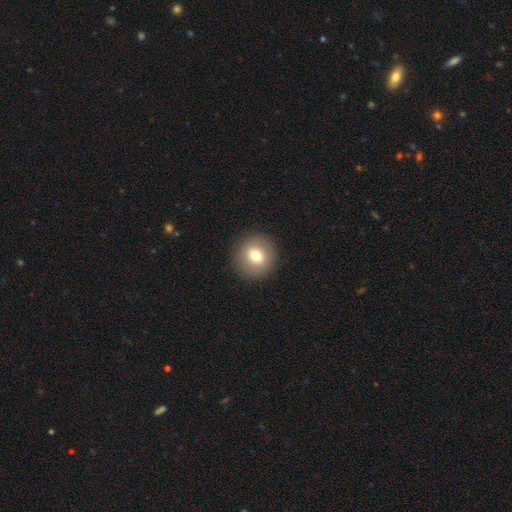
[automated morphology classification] type=smooth (75%); roundness=round (90%); merging=none (90%).